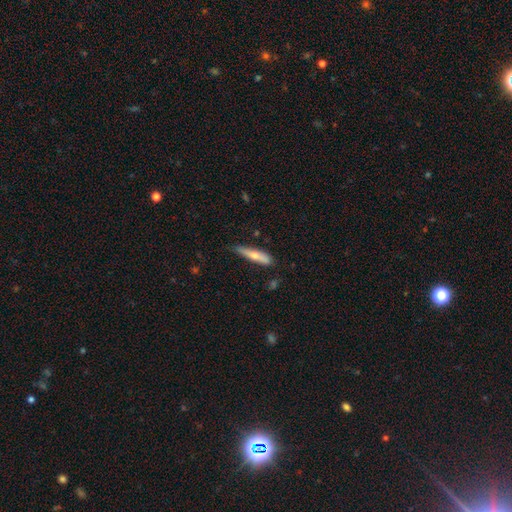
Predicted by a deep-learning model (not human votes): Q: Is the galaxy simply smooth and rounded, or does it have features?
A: smooth — 62%.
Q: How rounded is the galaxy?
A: cigar-shaped — 84%.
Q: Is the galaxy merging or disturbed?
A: none — 69%.